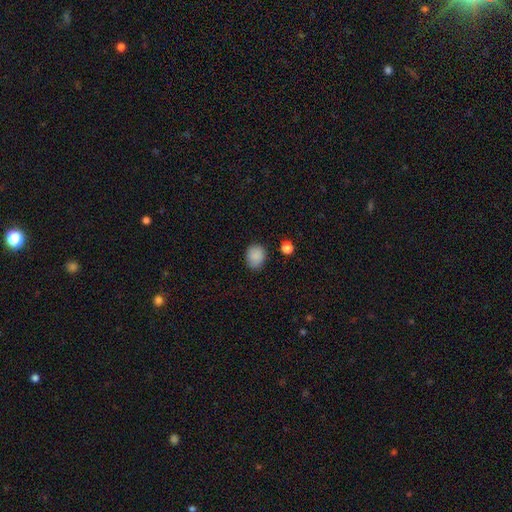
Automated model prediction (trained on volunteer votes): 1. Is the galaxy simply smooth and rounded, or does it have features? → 87% smooth, 9% star or artifact, 4% featured or disk.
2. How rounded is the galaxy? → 63% round, 36% in between, 1% cigar-shaped.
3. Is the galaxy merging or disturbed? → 81% none, 14% minor disturbance, 3% major disturbance, 2% merger.